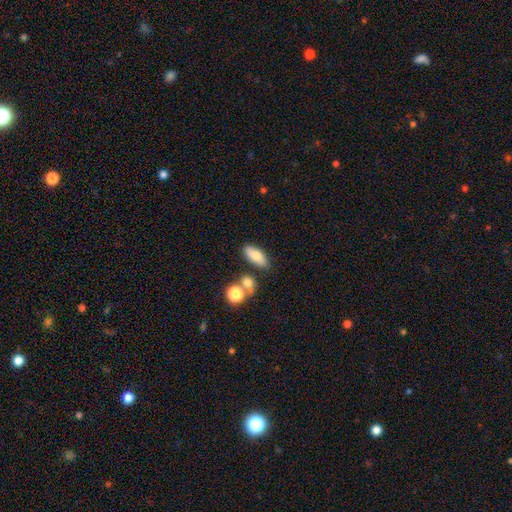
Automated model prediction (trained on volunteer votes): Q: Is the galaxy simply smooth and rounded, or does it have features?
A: smooth — 78%.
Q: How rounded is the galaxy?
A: in between — 79%.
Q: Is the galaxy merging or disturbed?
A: none — 74%.